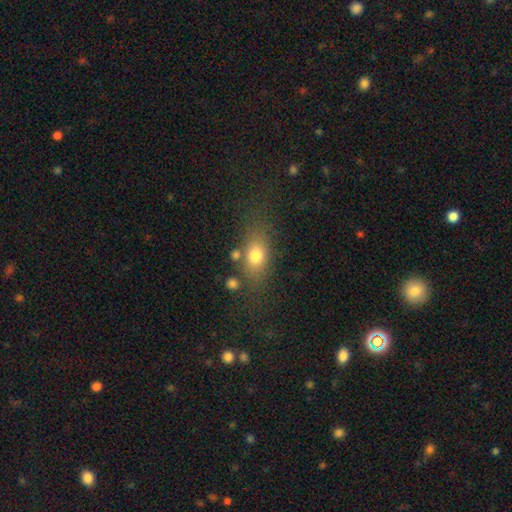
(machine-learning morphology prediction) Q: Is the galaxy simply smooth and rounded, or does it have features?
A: smooth — 74%.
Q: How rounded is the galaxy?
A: in between — 70%.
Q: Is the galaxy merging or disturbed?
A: none — 67%.